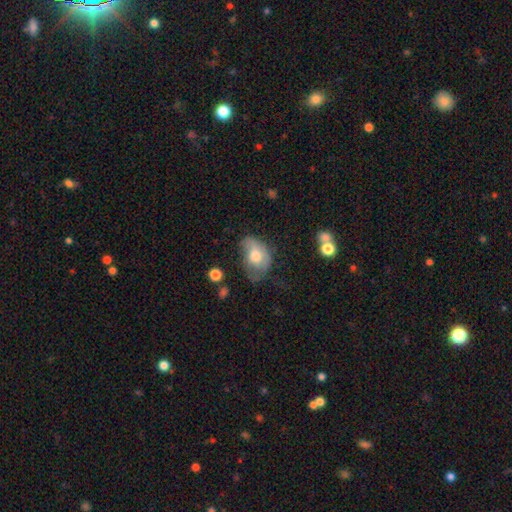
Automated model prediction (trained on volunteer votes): This is possibly a smooth galaxy (59%). How rounded: likely in between (79%). Merging: marginally minor disturbance (37%).